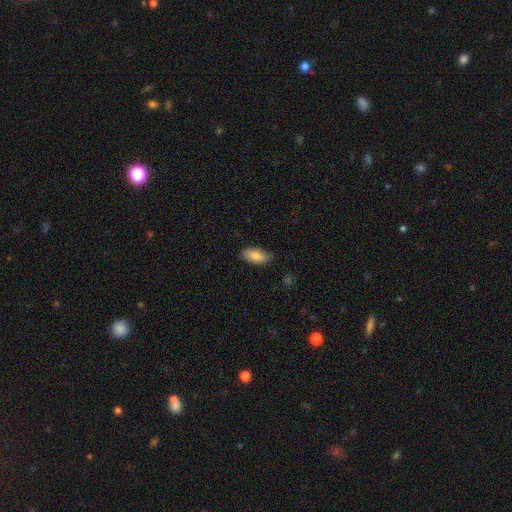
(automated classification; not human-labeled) Smooth or featured: smooth — 81% (featured or disk — 12%)
How rounded: in between — 88% (cigar-shaped — 10%)
Merging: none — 82% (minor disturbance — 15%)